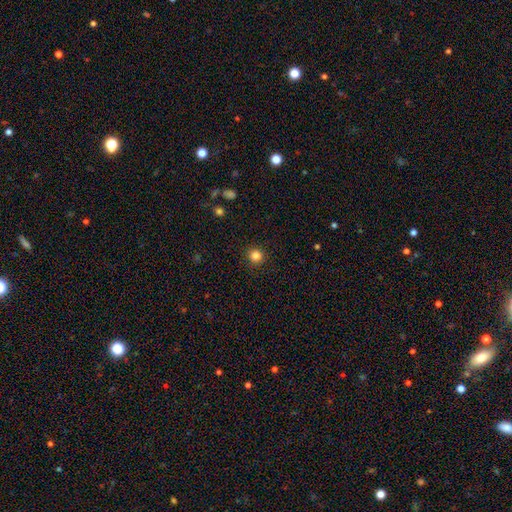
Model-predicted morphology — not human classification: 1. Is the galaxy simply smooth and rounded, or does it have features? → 84% smooth, 12% star or artifact, 4% featured or disk.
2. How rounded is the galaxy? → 93% round, 6% in between, 1% cigar-shaped.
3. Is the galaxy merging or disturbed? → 91% none, 5% minor disturbance, 2% major disturbance, 1% merger.